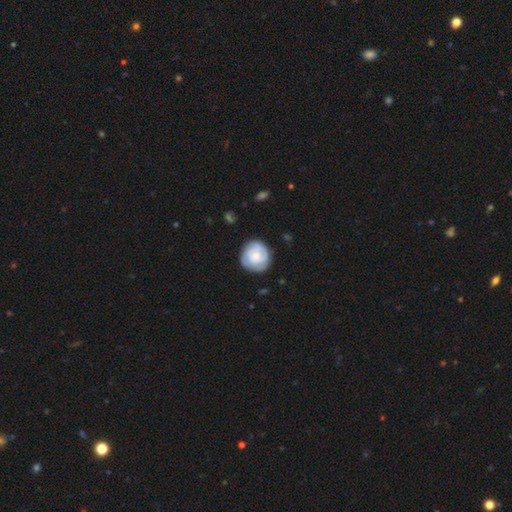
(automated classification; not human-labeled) The model was most divided on "spiral arm count": can't tell: 31%, 3: 29%, 2: 23%, 4: 7%, 1: 5%, more than 4: 5%. More confident: edge-on disk — no (98%); spiral arms — yes (89%); merging — none (80%); bar — no (77%); spiral winding — tight (69%); smooth or featured — featured or disk (60%); bulge size — small (54%).